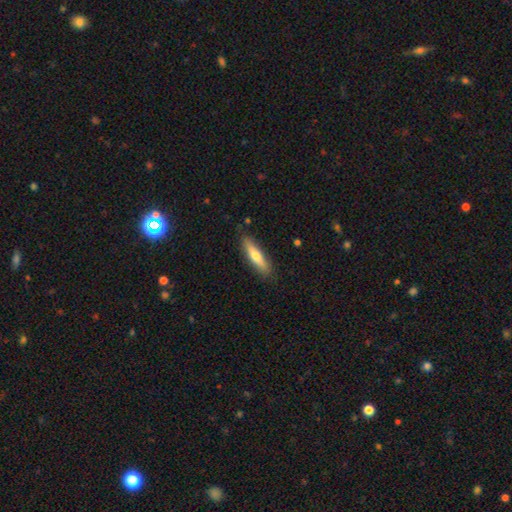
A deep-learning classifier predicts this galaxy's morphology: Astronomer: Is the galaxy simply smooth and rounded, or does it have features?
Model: smooth — 60%.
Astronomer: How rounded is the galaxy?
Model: cigar-shaped — 74%.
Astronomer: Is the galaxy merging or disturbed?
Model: none — 86%.